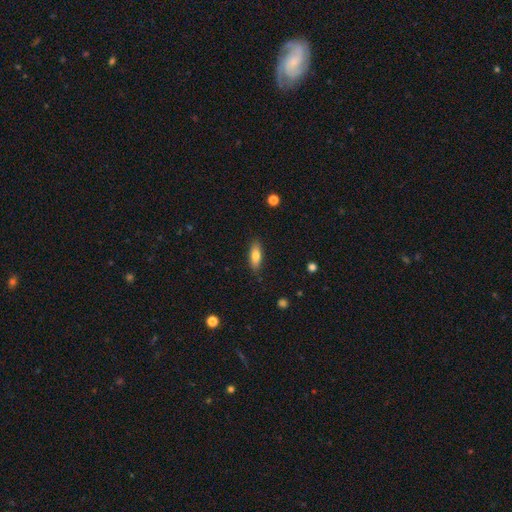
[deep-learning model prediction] Smooth or featured? Predicted: smooth (p=0.76). How rounded? Predicted: in between (p=0.66). Merging? Predicted: none (p=0.86).